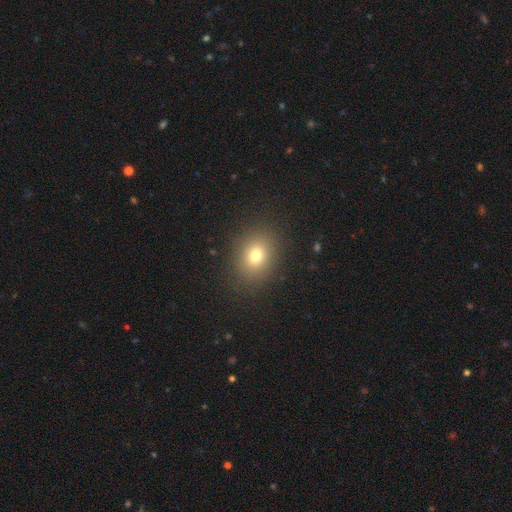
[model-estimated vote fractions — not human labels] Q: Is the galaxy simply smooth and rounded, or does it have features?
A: smooth — 74%.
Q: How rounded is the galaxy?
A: in between — 50%.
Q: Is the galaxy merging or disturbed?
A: none — 87%.